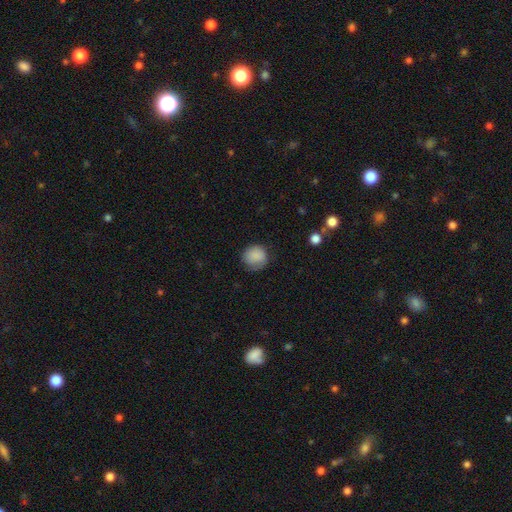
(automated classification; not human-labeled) Overall: smooth (85%). How rounded: round (85%). Merging: none (69%).